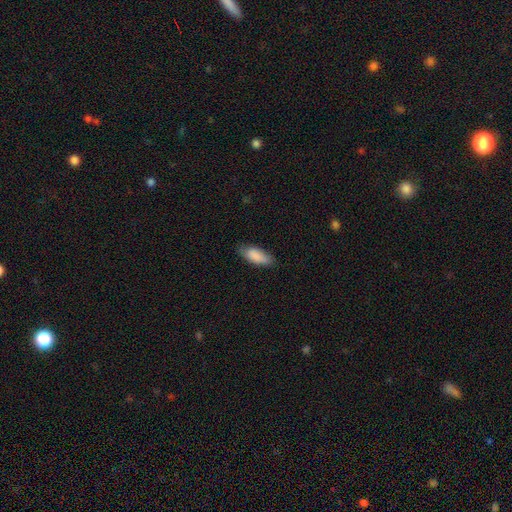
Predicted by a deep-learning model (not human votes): The model was most divided on "merging": none: 73%, minor disturbance: 22%, major disturbance: 4%, merger: 1%. More confident: smooth or featured — smooth (87%); how rounded — in between (79%).